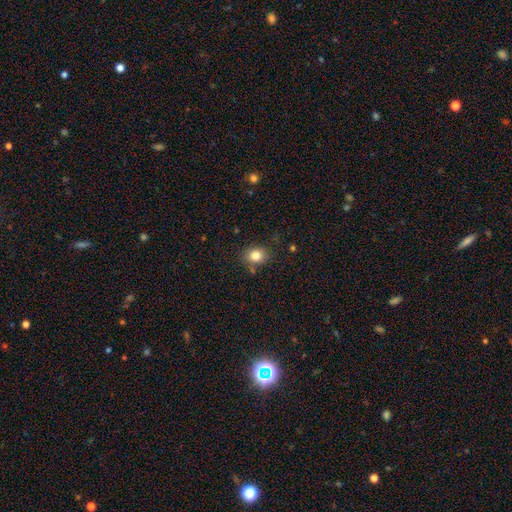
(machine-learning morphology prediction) This is clearly a smooth galaxy (82%). How rounded: possibly round (52%). Merging: clearly none (81%).